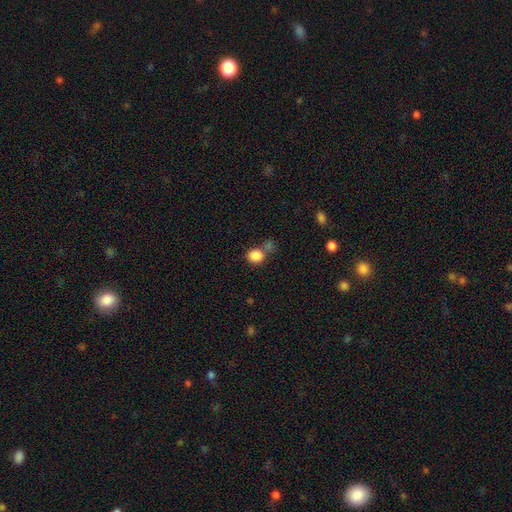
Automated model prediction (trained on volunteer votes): Morphology: type=smooth (85%); roundness=round (72%); merging=none (54%).